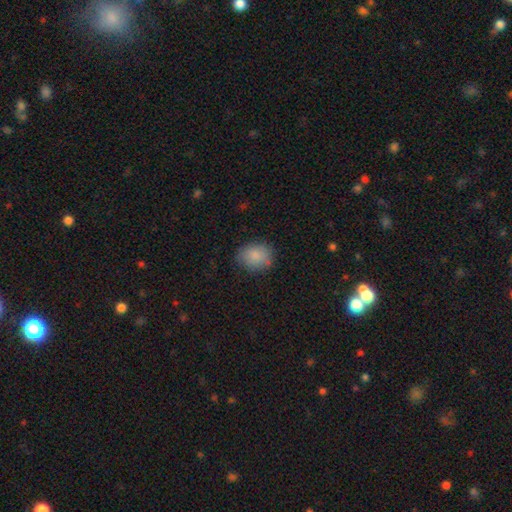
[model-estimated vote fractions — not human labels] Smooth or featured?
  - smooth: 86% *
  - star or artifact: 8%
  - featured or disk: 6%
How rounded?
  - round: 57% *
  - in between: 42%
  - cigar-shaped: 1%
Merging?
  - none: 79% *
  - minor disturbance: 16%
  - major disturbance: 4%
  - merger: 1%